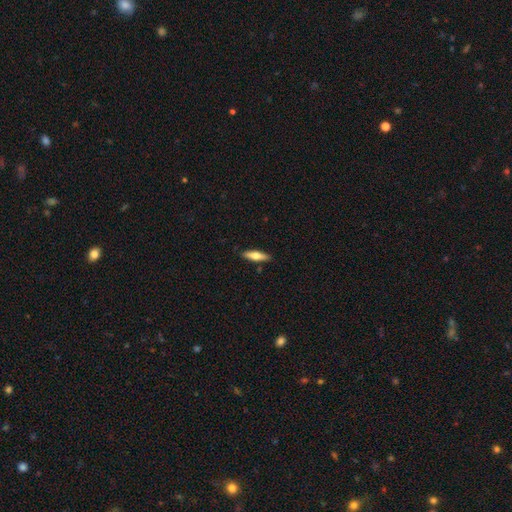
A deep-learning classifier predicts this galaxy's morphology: Overall: smooth (59%; featured or disk 36%). How rounded: cigar-shaped (64%; in between 34%). Merging: none (88%).